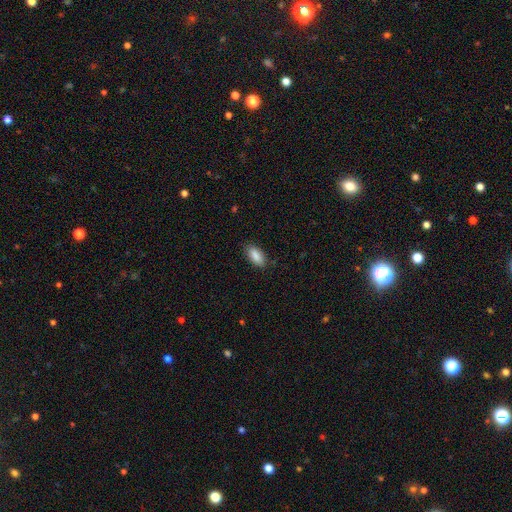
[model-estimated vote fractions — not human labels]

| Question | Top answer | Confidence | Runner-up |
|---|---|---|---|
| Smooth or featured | smooth | 88% | star or artifact (7%) |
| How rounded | in between | 88% | cigar-shaped (10%) |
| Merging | none | 85% | minor disturbance (12%) |